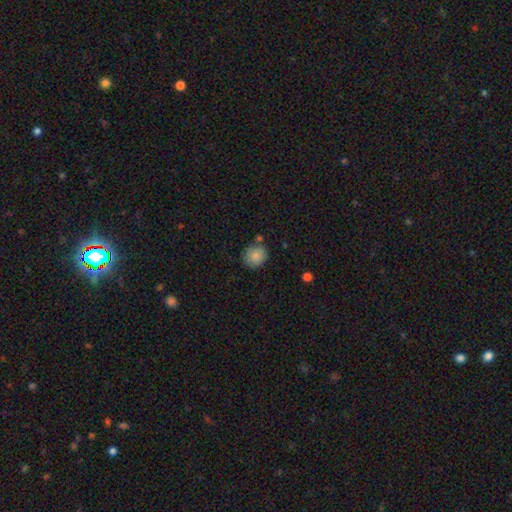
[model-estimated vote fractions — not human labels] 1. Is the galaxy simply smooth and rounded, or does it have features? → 86% smooth, 8% star or artifact, 6% featured or disk.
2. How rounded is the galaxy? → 78% round, 21% in between, 1% cigar-shaped.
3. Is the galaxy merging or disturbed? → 72% none, 16% minor disturbance, 8% merger, 4% major disturbance.